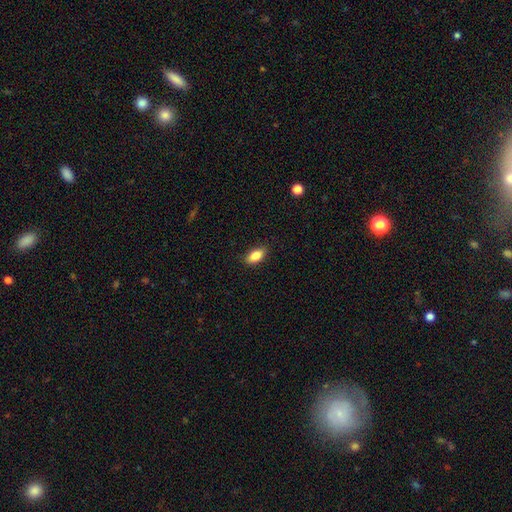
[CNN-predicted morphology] The model was most divided on "merging": none: 85%, minor disturbance: 11%, major disturbance: 2%, merger: 1%. More confident: how rounded — in between (88%); smooth or featured — smooth (84%).